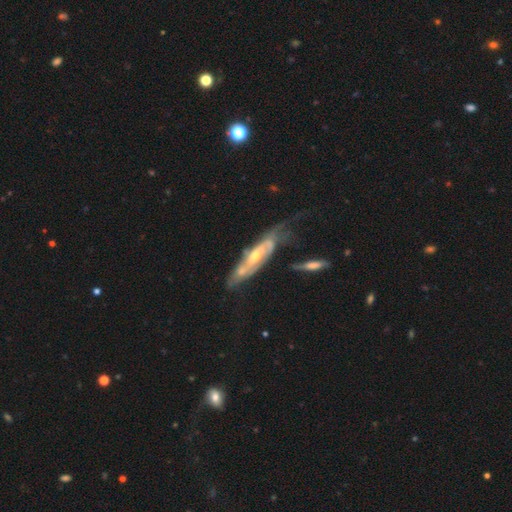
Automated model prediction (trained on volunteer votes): A featured or disk galaxy (80%) with no bar (49%), spiral arms (80%) and a moderate central bulge (58%). Merging: none (40%).